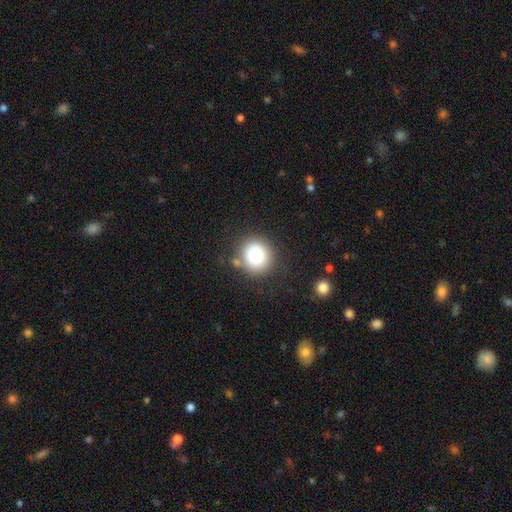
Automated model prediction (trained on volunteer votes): This appears to be a smooth galaxy with no disk features (78%) that is round (89%). Merging: none (80%).